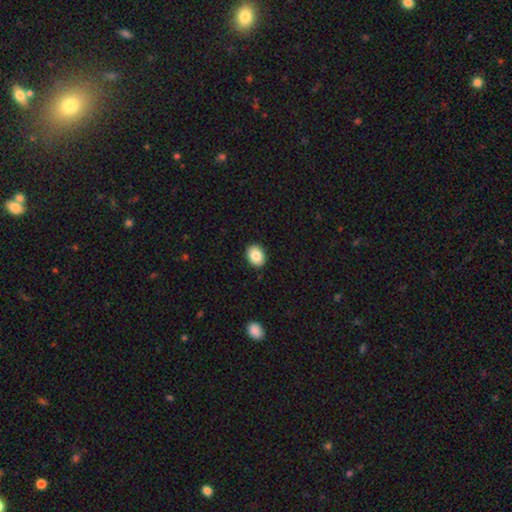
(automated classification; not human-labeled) smooth_or_featured: smooth (p=0.85) [alt: star or artifact p=0.08]
how_rounded: in between (p=0.69) [alt: round p=0.30]
merging: none (p=0.90) [alt: minor disturbance p=0.07]